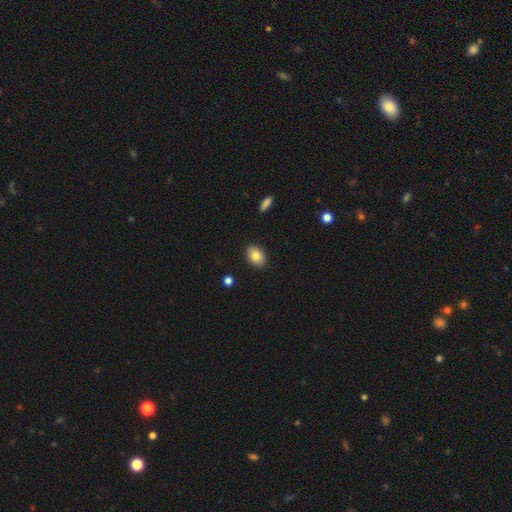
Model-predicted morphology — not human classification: Smooth or featured? smooth (83%)
How rounded? in between (82%)
Merging? none (90%)